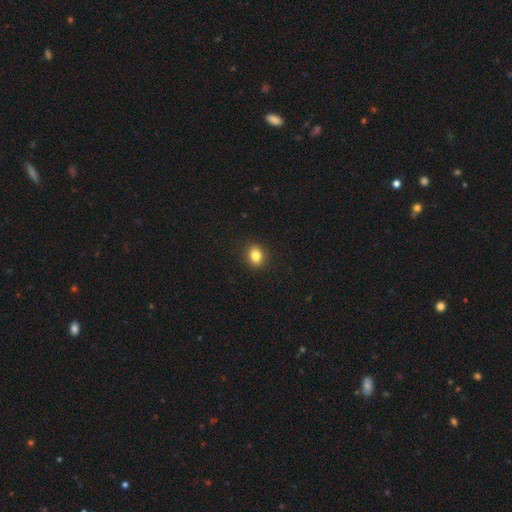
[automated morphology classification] A smooth galaxy with no disk features (83%) that is round (55%).

Vote fractions:
- Smooth or featured? smooth: 83% / star or artifact: 11% / featured or disk: 6%
- How rounded? round: 55% / in between: 44% / cigar-shaped: 1%
- Merging? none: 90% / minor disturbance: 7% / major disturbance: 2% / merger: 1%